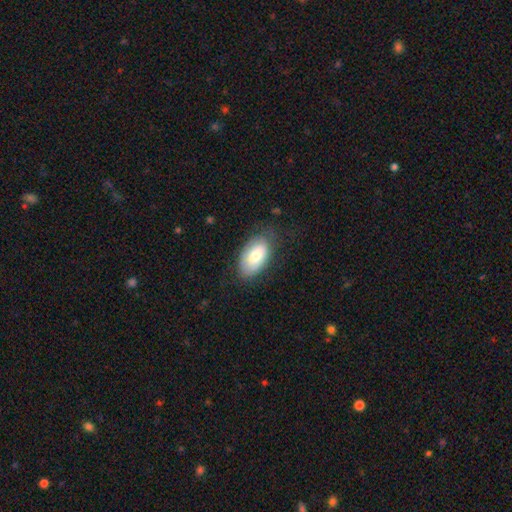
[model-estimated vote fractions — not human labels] Smooth or featured? Predicted: smooth (p=0.73). How rounded? Predicted: in between (p=0.94). Merging? Predicted: none (p=0.71).